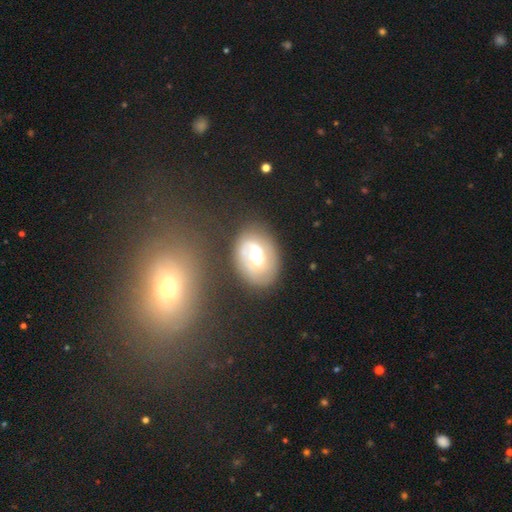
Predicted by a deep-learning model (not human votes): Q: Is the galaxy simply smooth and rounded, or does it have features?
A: featured or disk — 66%.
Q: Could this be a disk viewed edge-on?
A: no — 97%.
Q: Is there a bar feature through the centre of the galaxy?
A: weak — 47%.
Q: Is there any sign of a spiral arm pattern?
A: yes — 82%.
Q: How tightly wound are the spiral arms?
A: tight — 45%.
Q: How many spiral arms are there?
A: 1 — 38%.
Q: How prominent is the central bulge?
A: moderate — 52%.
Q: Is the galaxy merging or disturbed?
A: none — 63%.